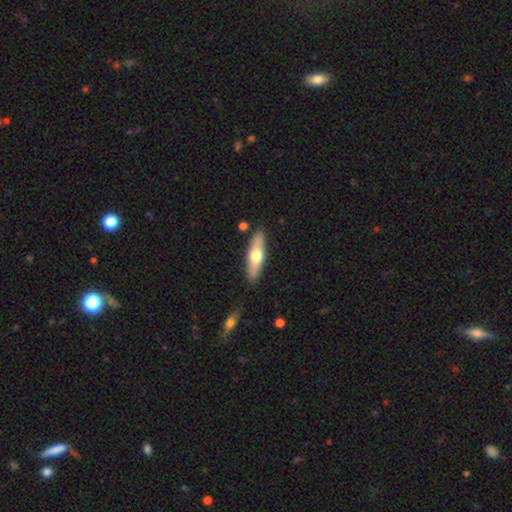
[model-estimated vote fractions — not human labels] The model was most divided on "smooth or featured": smooth: 53%, featured or disk: 42%, star or artifact: 5%. More confident: merging — none (86%); how rounded — cigar-shaped (55%).